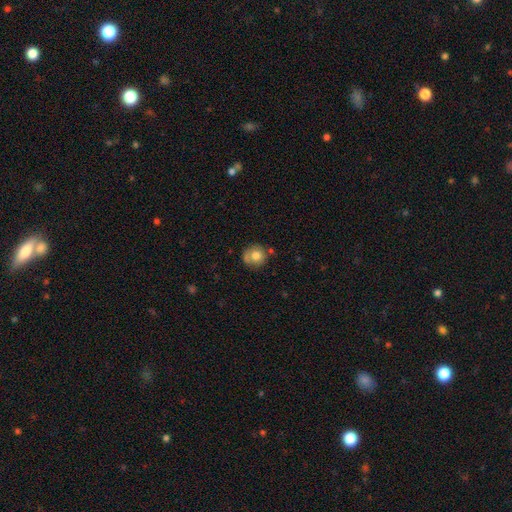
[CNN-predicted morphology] This is likely a smooth galaxy (74%). How rounded: clearly round (89%). Merging: likely none (66%).